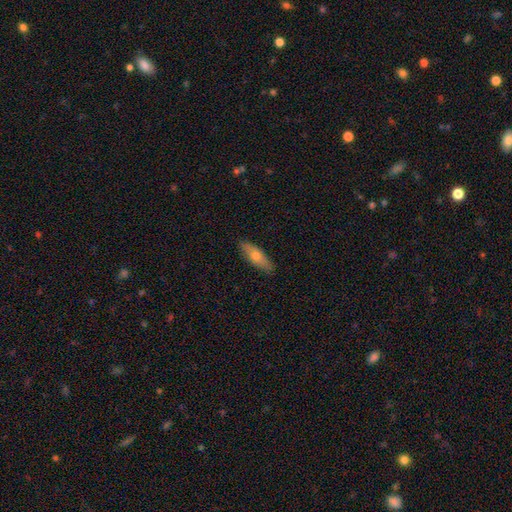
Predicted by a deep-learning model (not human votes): Smooth or featured?
  - smooth: 62% *
  - featured or disk: 32%
  - star or artifact: 6%
How rounded?
  - in between: 54% *
  - cigar-shaped: 43%
  - round: 3%
Merging?
  - none: 88% *
  - minor disturbance: 9%
  - major disturbance: 2%
  - merger: 1%